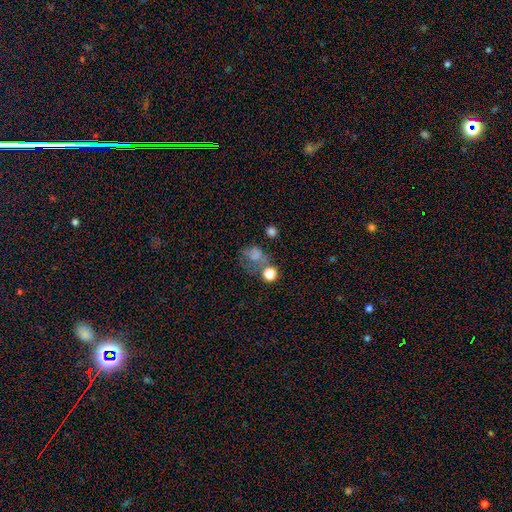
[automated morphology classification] Smooth or featured?
  - smooth: 60% *
  - star or artifact: 20%
  - featured or disk: 19%
How rounded?
  - round: 67% *
  - in between: 32%
  - cigar-shaped: 1%
Merging?
  - none: 37% *
  - major disturbance: 26%
  - minor disturbance: 20%
  - merger: 17%